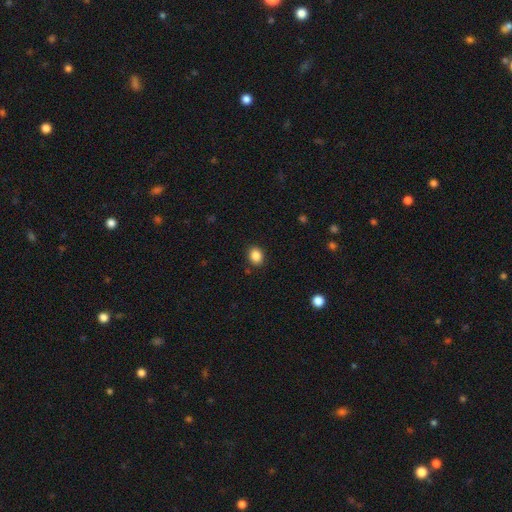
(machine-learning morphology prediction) type=smooth (87%); roundness=round (50%, tied with in between); merging=none (89%).